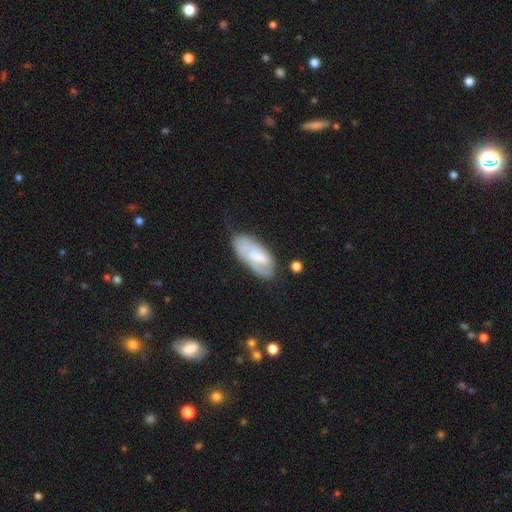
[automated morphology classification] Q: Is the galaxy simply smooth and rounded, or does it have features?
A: featured or disk — 48%.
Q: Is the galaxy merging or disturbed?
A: none — 47%.